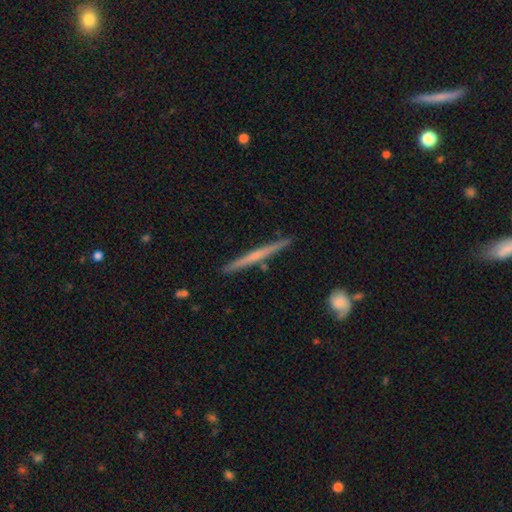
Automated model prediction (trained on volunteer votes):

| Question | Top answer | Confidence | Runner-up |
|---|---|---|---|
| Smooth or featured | featured or disk | 57% | smooth (38%) |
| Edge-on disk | yes | 97% | no (3%) |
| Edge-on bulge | none | 72% | rounded (22%) |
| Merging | none | 90% | minor disturbance (7%) |